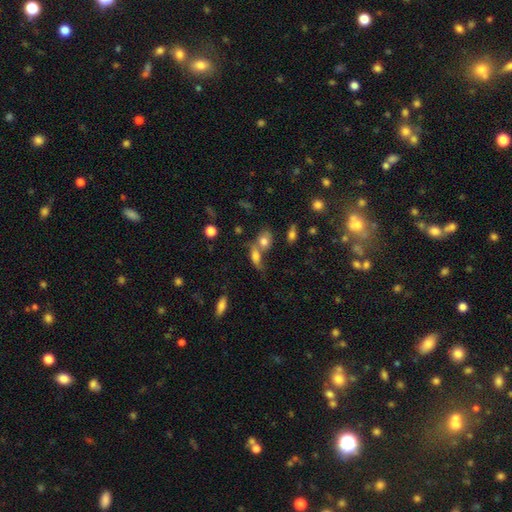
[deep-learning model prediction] smooth_or_featured: smooth (p=0.67) [alt: featured or disk p=0.19]
how_rounded: in between (p=0.69) [alt: cigar-shaped p=0.16]
merging: merger (p=0.44) [alt: none p=0.34]